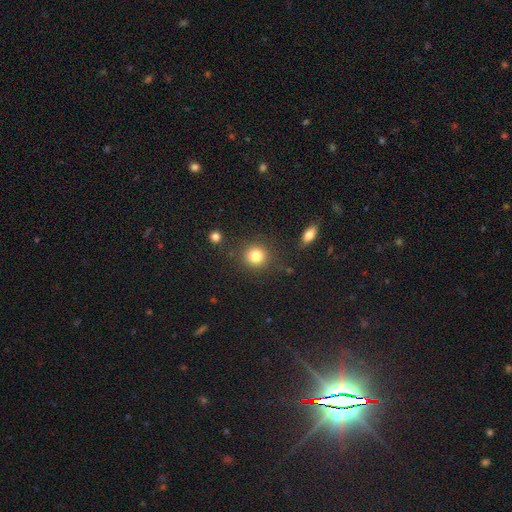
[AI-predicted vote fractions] This appears to be a smooth galaxy with no disk features (83%) that is round (89%). Merging: none (86%).